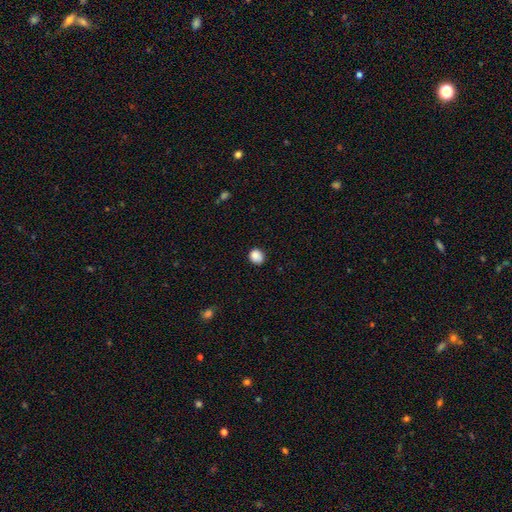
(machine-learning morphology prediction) type=smooth (86%); roundness=round (77%); merging=none (80%).